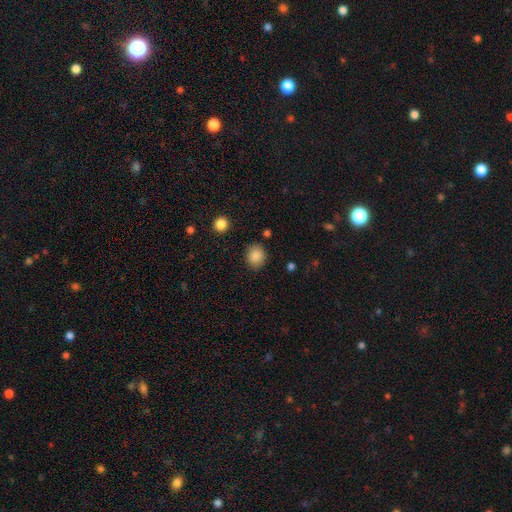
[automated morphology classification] A smooth galaxy with no disk features (87%) that is round (68%).

Vote fractions:
- Smooth or featured? smooth: 87% / star or artifact: 9% / featured or disk: 4%
- How rounded? round: 68% / in between: 32% / cigar-shaped: 1%
- Merging? none: 84% / minor disturbance: 10% / major disturbance: 3% / merger: 2%